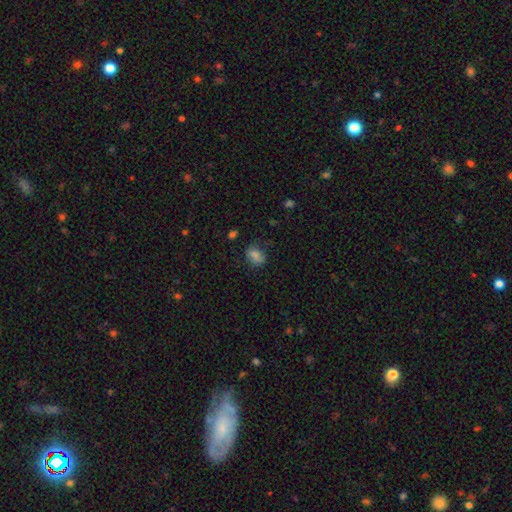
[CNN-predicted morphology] The model was most divided on "merging": none: 66%, minor disturbance: 23%, major disturbance: 9%, merger: 2%. More confident: smooth or featured — smooth (77%); how rounded — in between (74%).